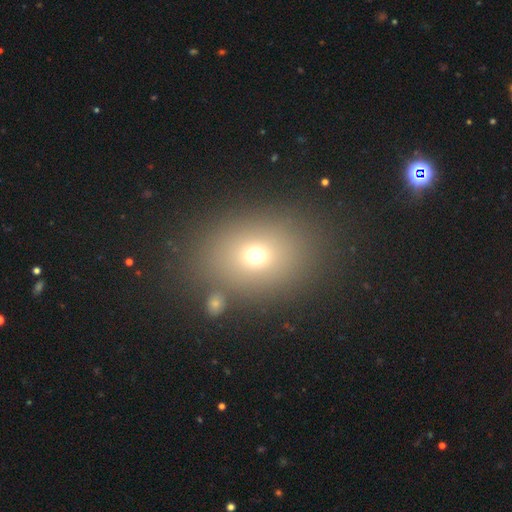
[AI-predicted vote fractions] Overall: smooth (69%). How rounded: in between (53%; round 45%). Merging: none (78%).